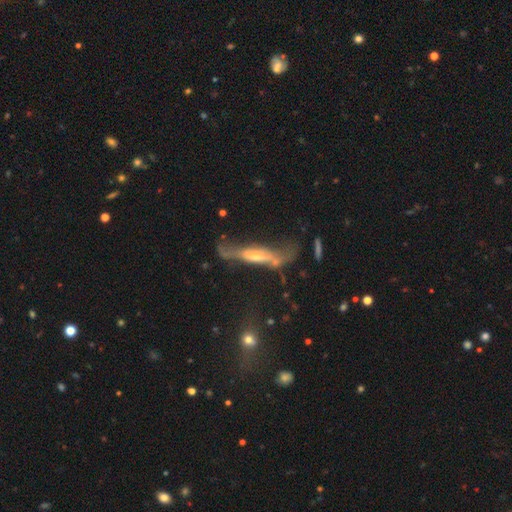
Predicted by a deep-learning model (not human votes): smooth-or-featured: featured or disk: 67% | smooth: 25% | star or artifact: 8%
  disk-edge-on: yes: 58% | no: 42%
  merging: none: 37% | major disturbance: 30% | minor disturbance: 24% | merger: 9%